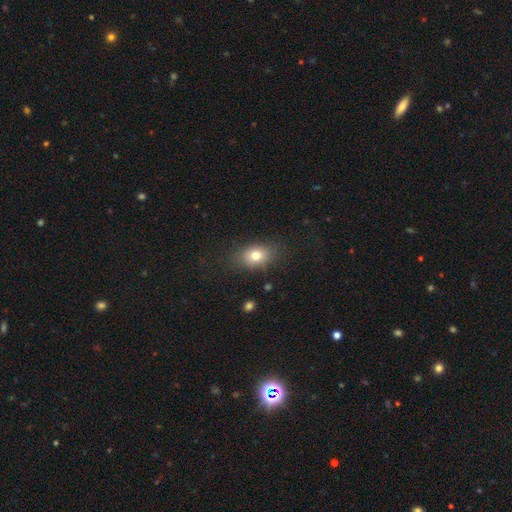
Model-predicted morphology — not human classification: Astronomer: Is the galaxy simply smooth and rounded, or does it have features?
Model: smooth — 78%.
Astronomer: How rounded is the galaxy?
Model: in between — 65%.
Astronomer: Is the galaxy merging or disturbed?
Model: none — 78%.